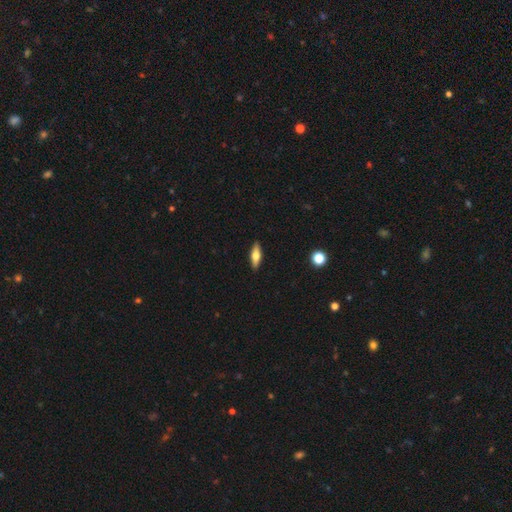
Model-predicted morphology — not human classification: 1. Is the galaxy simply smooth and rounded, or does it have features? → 57% smooth, 37% featured or disk, 6% star or artifact.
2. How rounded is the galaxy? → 53% in between, 44% cigar-shaped, 3% round.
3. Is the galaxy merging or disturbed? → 90% none, 7% minor disturbance, 2% major disturbance, 1% merger.